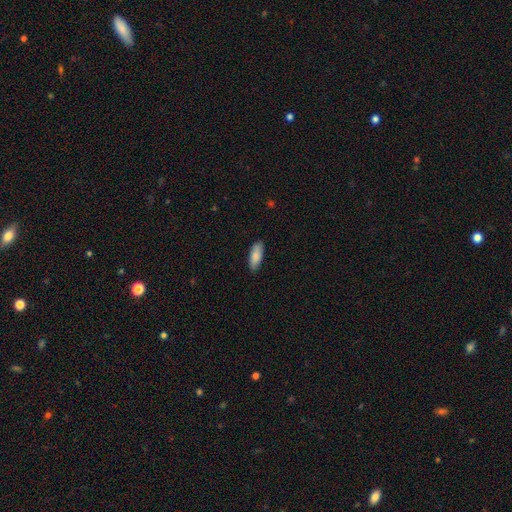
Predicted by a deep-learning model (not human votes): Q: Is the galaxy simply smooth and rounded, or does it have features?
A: smooth — 86%.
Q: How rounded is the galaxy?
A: in between — 75%.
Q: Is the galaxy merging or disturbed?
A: none — 84%.